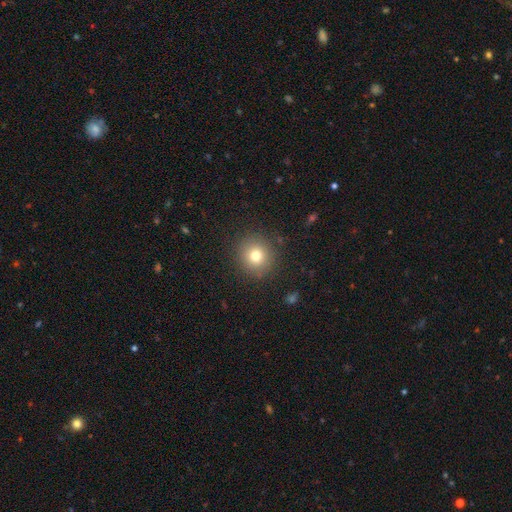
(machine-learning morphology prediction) This is likely a smooth galaxy (76%). How rounded: clearly round (90%). Merging: clearly none (88%).